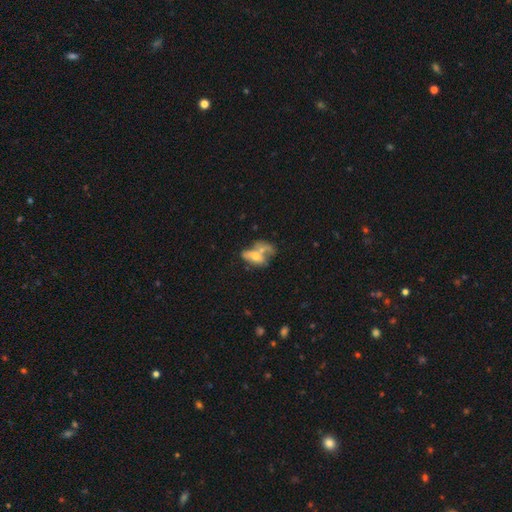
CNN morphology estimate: This is possibly a smooth galaxy (53%). How rounded: clearly in between (81%). Merging: possibly merger (55%).